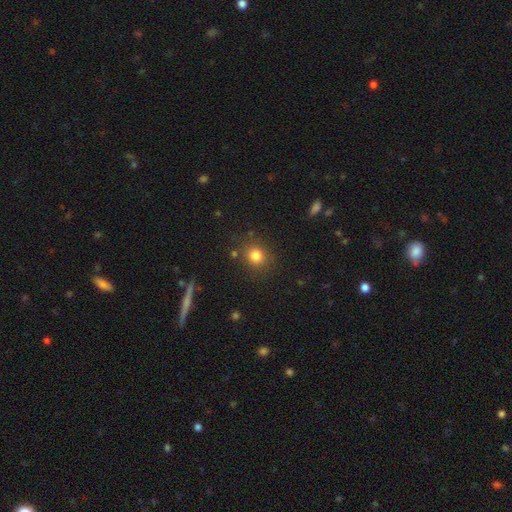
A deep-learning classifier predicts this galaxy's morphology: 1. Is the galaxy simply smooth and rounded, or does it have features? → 81% smooth, 13% star or artifact, 6% featured or disk.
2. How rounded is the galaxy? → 82% round, 17% in between, 1% cigar-shaped.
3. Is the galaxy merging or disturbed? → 83% none, 10% minor disturbance, 4% major disturbance, 4% merger.